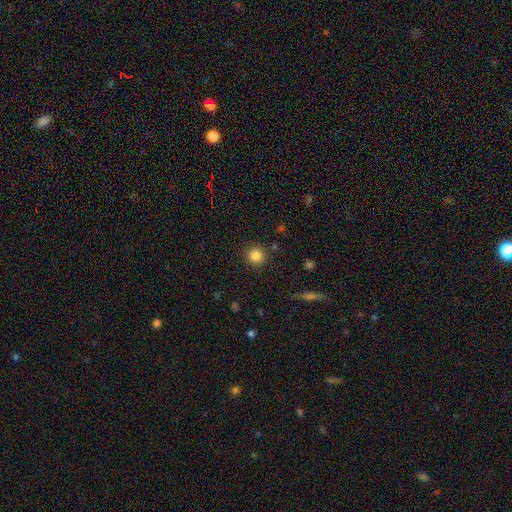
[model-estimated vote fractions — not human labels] smooth-or-featured: smooth: 84% | star or artifact: 11% | featured or disk: 5%
  how-rounded: round: 94% | in between: 5% | cigar-shaped: 1%
  merging: none: 90% | minor disturbance: 6% | major disturbance: 2% | merger: 2%